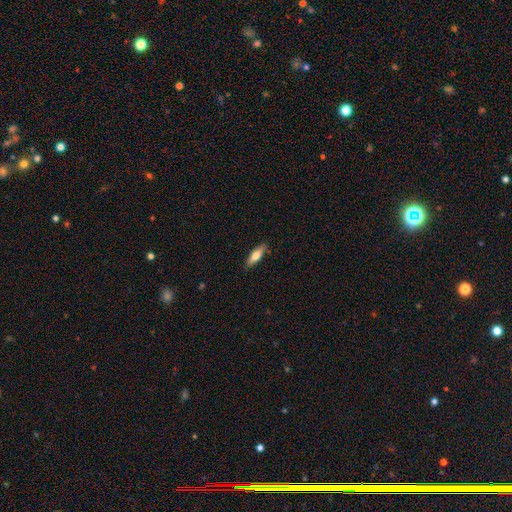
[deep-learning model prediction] This appears to be a smooth galaxy with no disk features (69%) that is cigar-shaped (55%). Merging: none (88%).